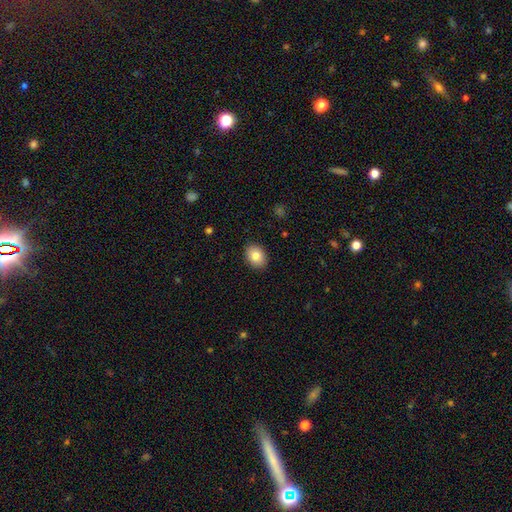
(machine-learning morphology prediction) Q: Smooth or featured?
A: smooth (84%); runner-up: featured or disk (8%)
Q: How rounded?
A: in between (68%); runner-up: round (31%)
Q: Merging?
A: none (89%); runner-up: minor disturbance (8%)